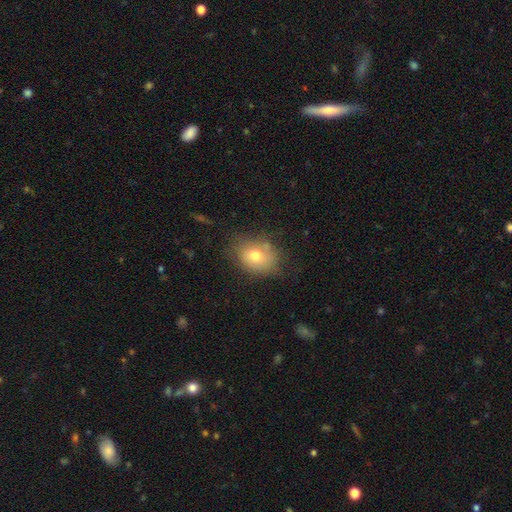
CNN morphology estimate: Smooth or featured? smooth (73%)
How rounded? in between (61%)
Merging? none (66%)